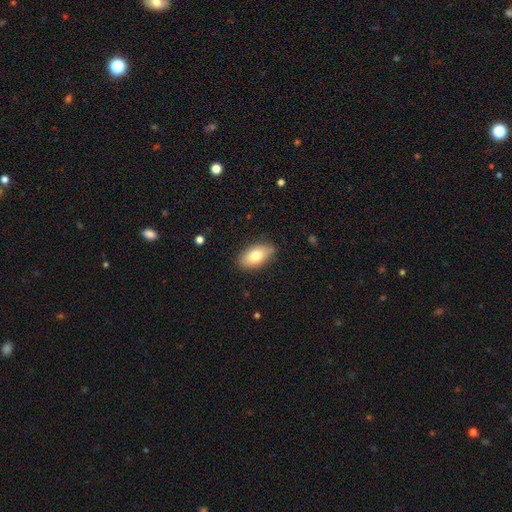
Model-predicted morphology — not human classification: smooth_or_featured: smooth (p=0.75) [alt: featured or disk p=0.18]
how_rounded: in between (p=0.91) [alt: round p=0.06]
merging: none (p=0.83) [alt: minor disturbance p=0.13]